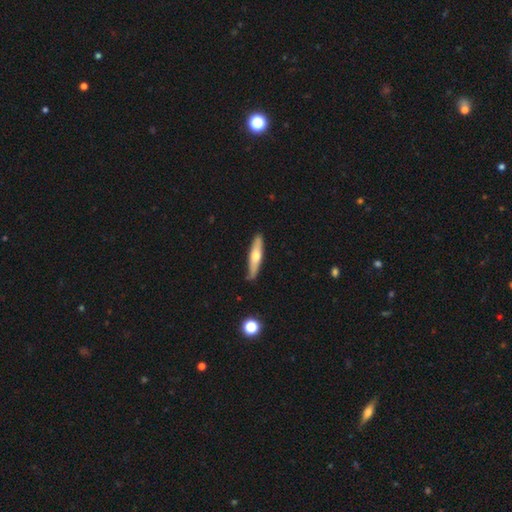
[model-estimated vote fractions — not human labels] Smooth or featured?
  - smooth: 50% *
  - featured or disk: 44%
  - star or artifact: 5%
How rounded?
  - cigar-shaped: 85% *
  - in between: 13%
  - round: 2%
Merging?
  - none: 83% *
  - minor disturbance: 13%
  - major disturbance: 2%
  - merger: 2%